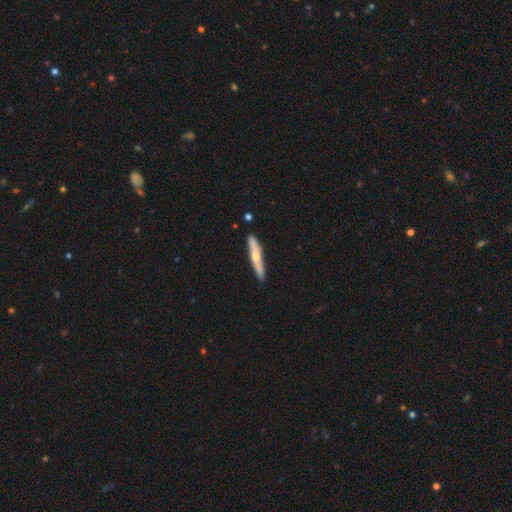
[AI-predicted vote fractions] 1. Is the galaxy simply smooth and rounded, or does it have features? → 52% smooth, 43% featured or disk, 5% star or artifact.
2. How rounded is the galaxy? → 92% cigar-shaped, 6% in between, 1% round.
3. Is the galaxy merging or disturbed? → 85% none, 11% minor disturbance, 3% merger, 2% major disturbance.